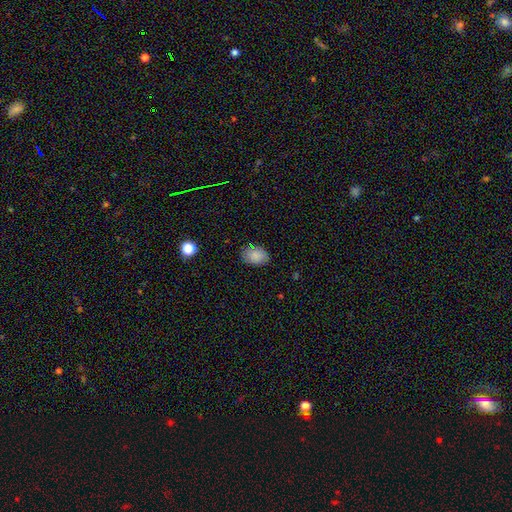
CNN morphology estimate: This appears to be a smooth galaxy with no disk features (85%) that is in between round and cigar-shaped (79%). Merging: none (79%).